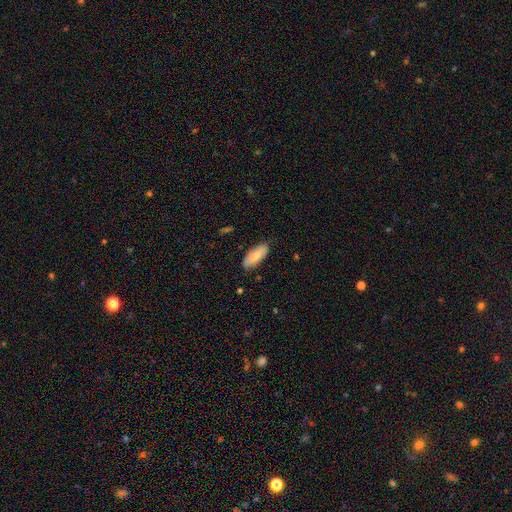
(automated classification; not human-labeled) The model was most divided on "smooth or featured": smooth: 78%, featured or disk: 16%, star or artifact: 5%. More confident: how rounded — in between (82%); merging — none (82%).